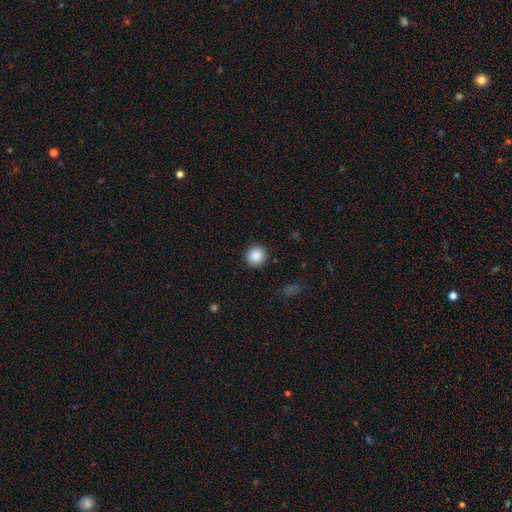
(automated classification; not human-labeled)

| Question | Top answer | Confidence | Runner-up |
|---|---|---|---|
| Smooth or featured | smooth | 88% | star or artifact (9%) |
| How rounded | round | 93% | in between (6%) |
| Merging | none | 90% | minor disturbance (6%) |